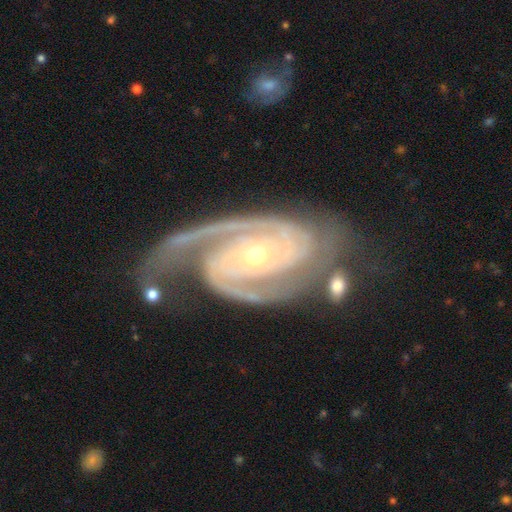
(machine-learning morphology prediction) Smooth or featured? featured or disk (93%)
Edge-on disk? no (97%)
Bar? no (57%)
Spiral arms? yes (99%)
Spiral winding? tight (62%)
Spiral arm count? 2 (74%)
Bulge size? small (63%)
Merging? none (61%)